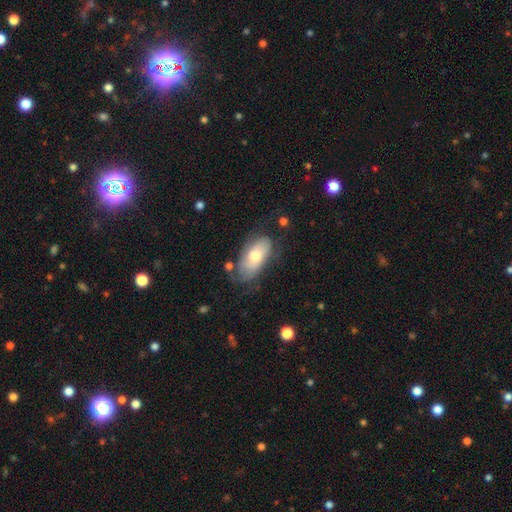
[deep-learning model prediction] A smooth galaxy with no disk features (59%) that is in between round and cigar-shaped (91%). Merging: none (60%).